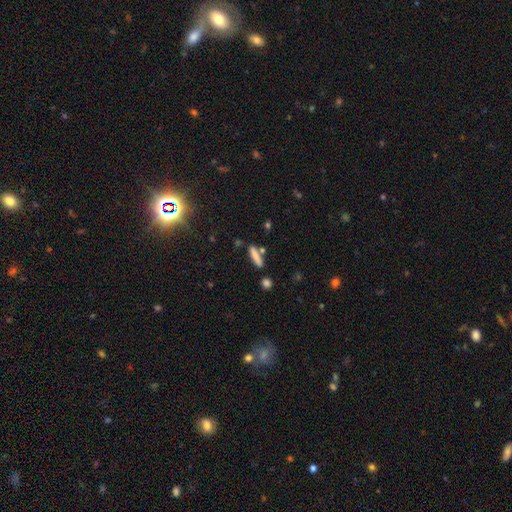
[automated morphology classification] smooth-or-featured: smooth: 78% | featured or disk: 14% | star or artifact: 8%
  how-rounded: cigar-shaped: 80% | in between: 18% | round: 2%
  merging: none: 77% | minor disturbance: 11% | merger: 9% | major disturbance: 3%